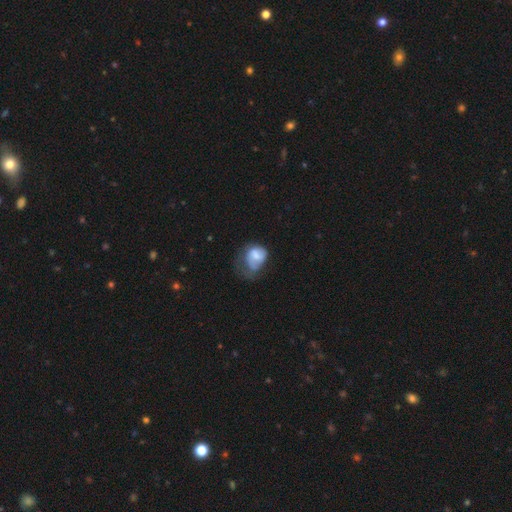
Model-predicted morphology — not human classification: The model was most divided on "how rounded": in between: 57%, round: 42%, cigar-shaped: 1%. Remaining: smooth or featured — smooth (64%); merging — major disturbance (47%).